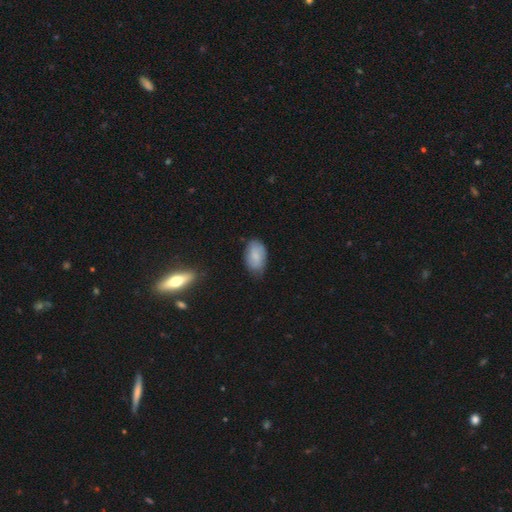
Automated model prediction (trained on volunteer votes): This appears to be a smooth galaxy with no disk features (78%) that is in between round and cigar-shaped (92%). Merging: none (67%).